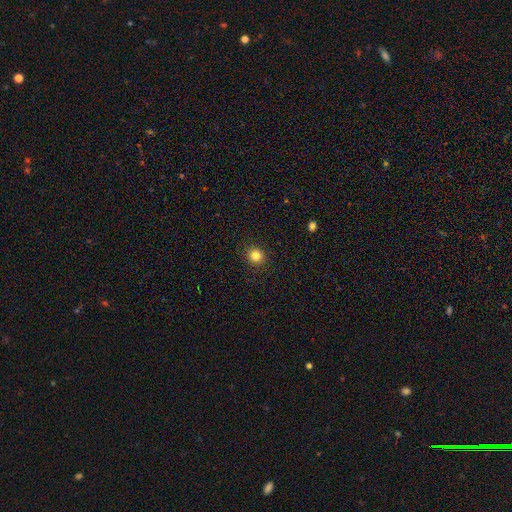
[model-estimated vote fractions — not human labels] smooth_or_featured: smooth (p=0.83) [alt: star or artifact p=0.12]
how_rounded: round (p=0.89) [alt: in between p=0.10]
merging: none (p=0.92) [alt: minor disturbance p=0.05]